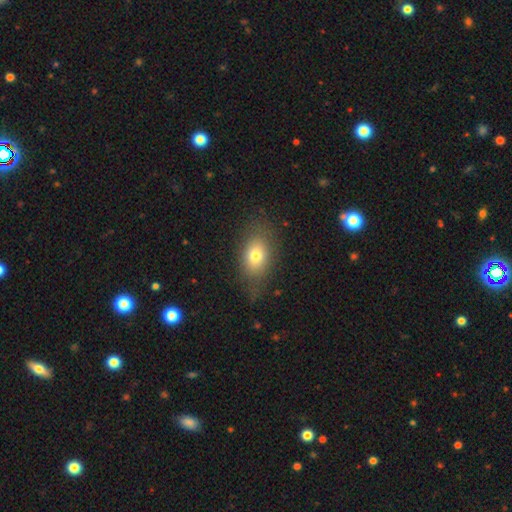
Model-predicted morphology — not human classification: This appears to be a smooth galaxy with no disk features (75%) that is in between round and cigar-shaped (77%). Merging: none (74%).